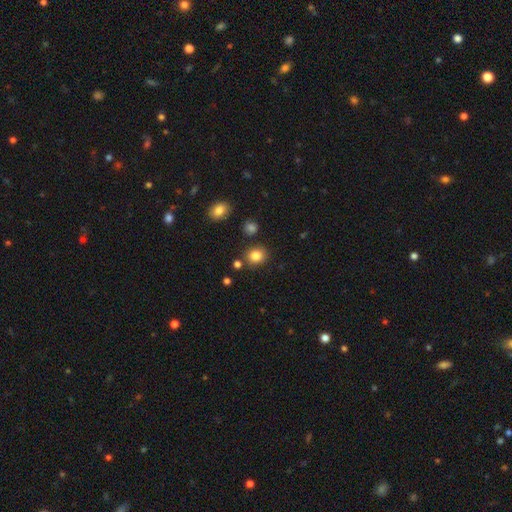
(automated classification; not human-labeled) Smooth or featured: smooth — 84% (star or artifact — 11%)
How rounded: round — 72% (in between — 28%)
Merging: none — 83% (minor disturbance — 9%)